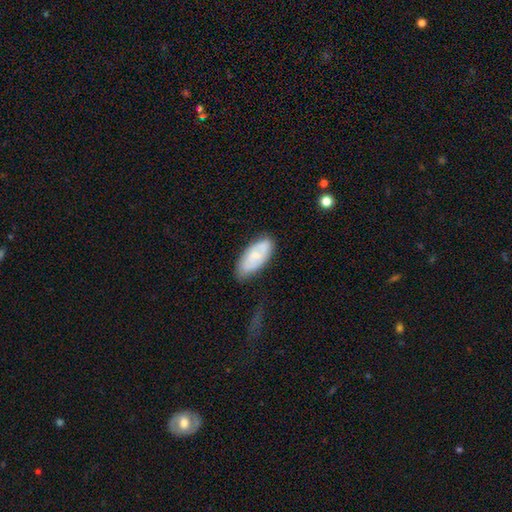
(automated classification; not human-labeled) The model was most divided on "smooth or featured": smooth: 59%, featured or disk: 35%, star or artifact: 7%. More confident: how rounded — in between (89%); merging — none (71%).